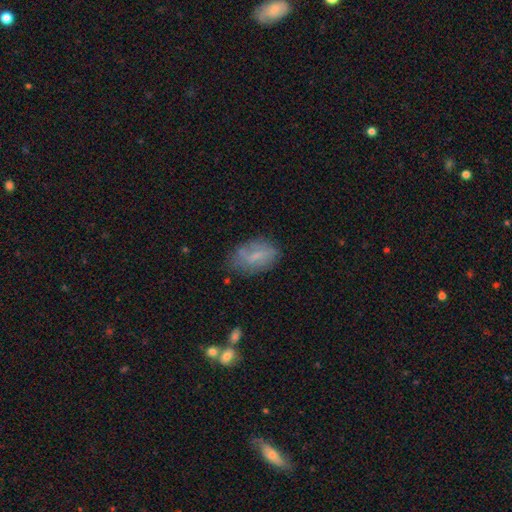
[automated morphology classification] Smooth or featured?
  - smooth: 61% *
  - featured or disk: 30%
  - star or artifact: 9%
How rounded?
  - in between: 91% *
  - round: 6%
  - cigar-shaped: 4%
Merging?
  - none: 65% *
  - minor disturbance: 24%
  - major disturbance: 8%
  - merger: 3%